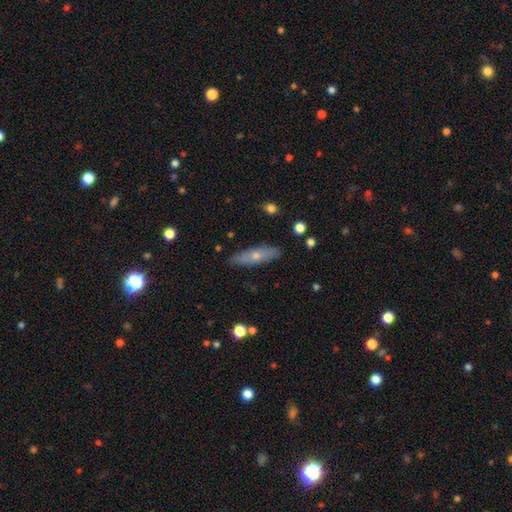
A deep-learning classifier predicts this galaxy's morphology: This appears to be a smooth galaxy with no disk features (54%) that is cigar-shaped (67%). Merging: none (87%).